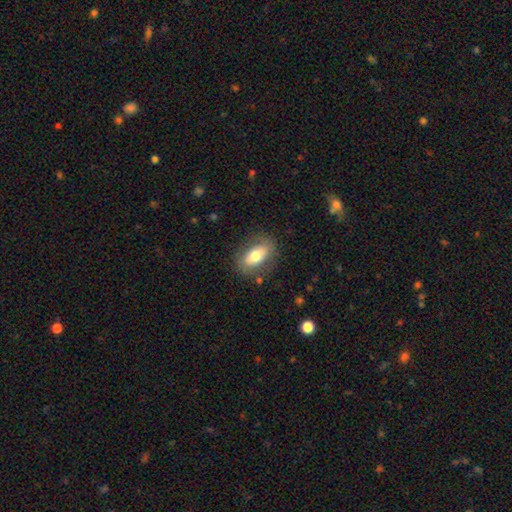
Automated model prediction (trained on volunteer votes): Smooth or featured? Predicted: smooth (p=0.67). How rounded? Predicted: in between (p=0.84). Merging? Predicted: none (p=0.80).